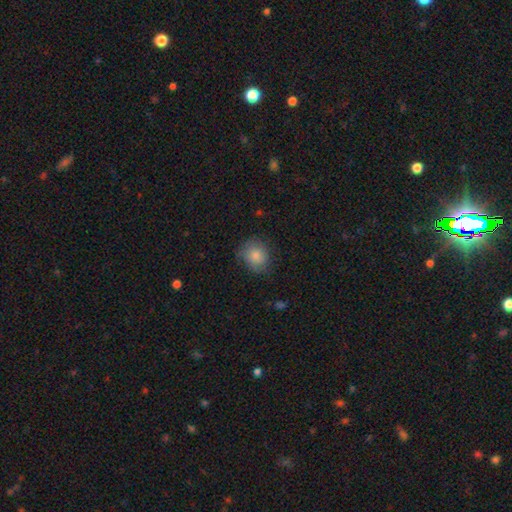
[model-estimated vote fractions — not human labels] Q: Smooth or featured?
A: smooth (82%); runner-up: featured or disk (10%)
Q: How rounded?
A: round (75%); runner-up: in between (24%)
Q: Merging?
A: none (69%); runner-up: minor disturbance (24%)